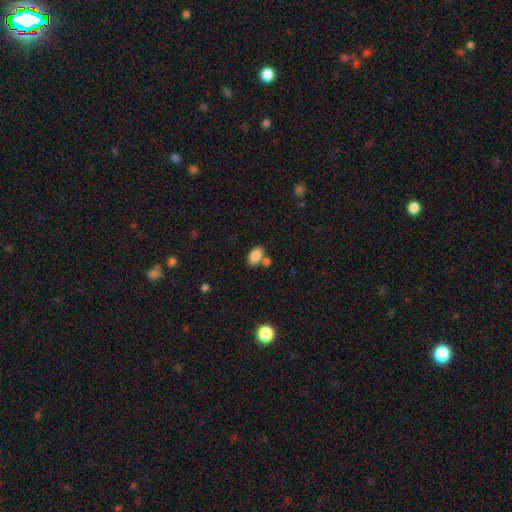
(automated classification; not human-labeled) Morphology: type=smooth (86%); roundness=in between (92%); merging=none (63%).